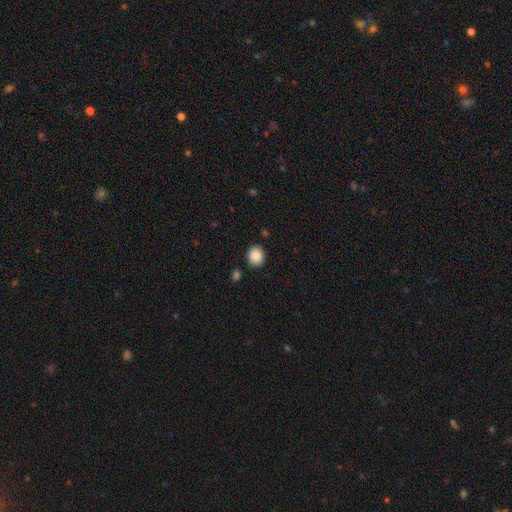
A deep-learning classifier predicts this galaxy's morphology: Smooth or featured: smooth — 88% (star or artifact — 8%)
How rounded: round — 70% (in between — 29%)
Merging: none — 87% (minor disturbance — 8%)